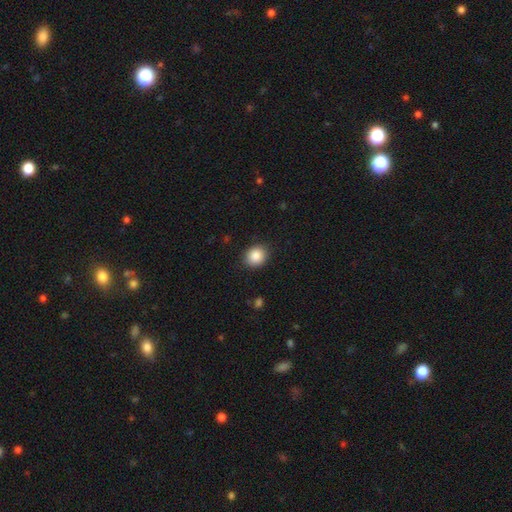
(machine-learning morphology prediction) A smooth galaxy with no disk features (87%) that is round (69%). Merging: none (88%).